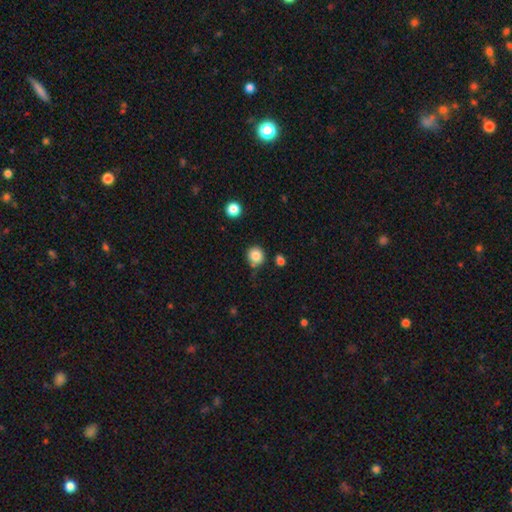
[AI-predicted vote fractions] A smooth galaxy with no disk features (85%) that is round (90%).

Vote fractions:
- Smooth or featured? smooth: 85% / star or artifact: 11% / featured or disk: 5%
- How rounded? round: 90% / in between: 9% / cigar-shaped: 1%
- Merging? none: 78% / minor disturbance: 13% / merger: 6% / major disturbance: 3%